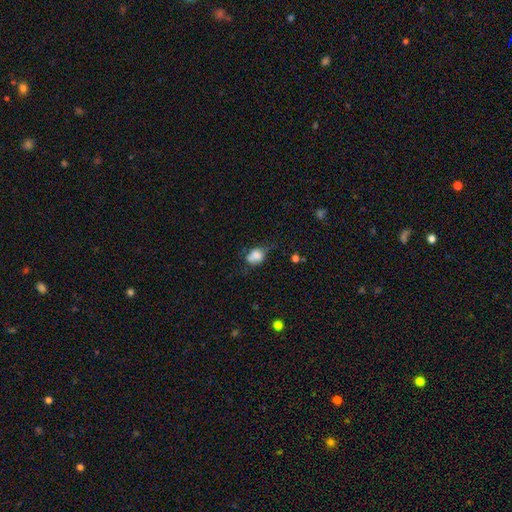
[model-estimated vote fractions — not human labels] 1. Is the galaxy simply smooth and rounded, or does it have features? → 75% smooth, 15% featured or disk, 11% star or artifact.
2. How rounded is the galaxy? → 56% in between, 43% round, 2% cigar-shaped.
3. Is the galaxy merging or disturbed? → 38% none, 35% minor disturbance, 16% major disturbance, 11% merger.